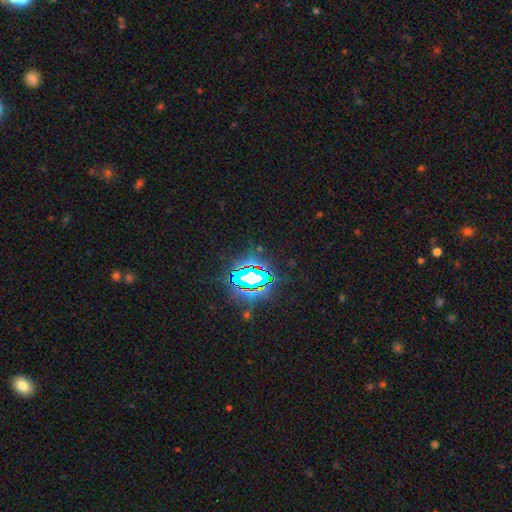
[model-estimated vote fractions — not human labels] A star or artifact, not a galaxy (82%).